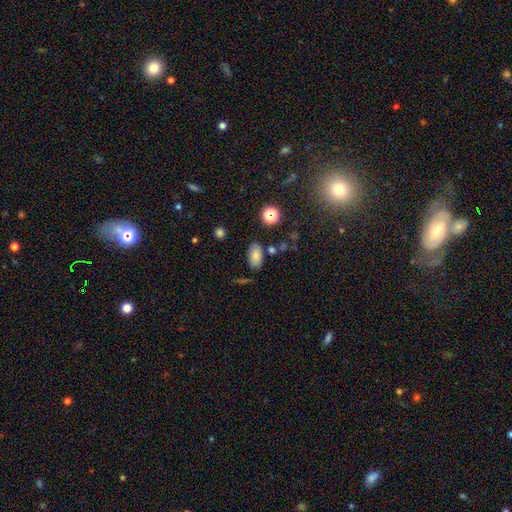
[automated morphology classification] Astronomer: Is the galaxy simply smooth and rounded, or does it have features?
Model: smooth — 80%.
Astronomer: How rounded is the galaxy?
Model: in between — 92%.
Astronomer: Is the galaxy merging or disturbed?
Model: none — 76%.